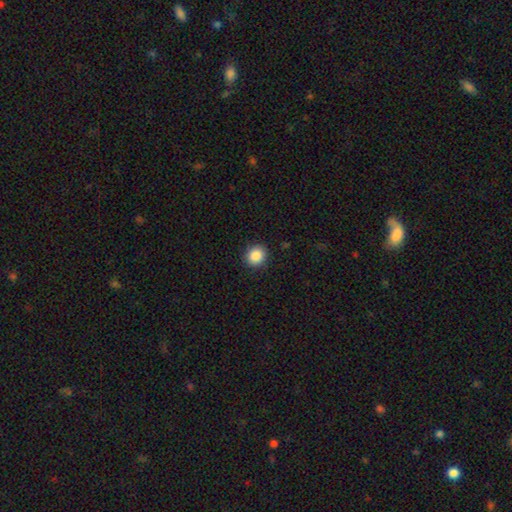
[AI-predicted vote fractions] smooth 87%, star or artifact 9%, featured or disk 4%. Down the decision tree: how rounded — round (83%); merging — none (90%).